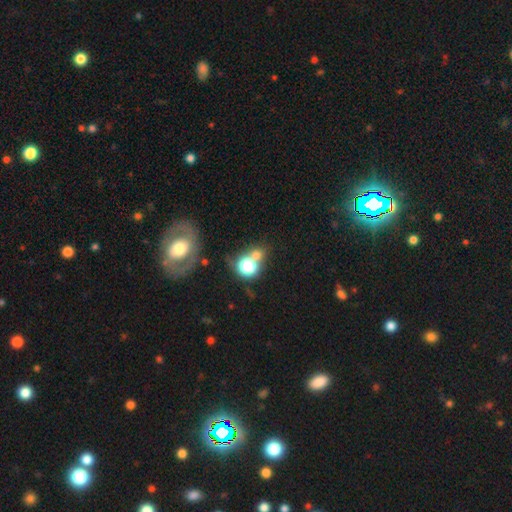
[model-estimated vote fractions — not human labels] Smooth or featured? Predicted: smooth (p=0.60). How rounded? Predicted: round (p=0.79). Merging? Predicted: none (p=0.53).